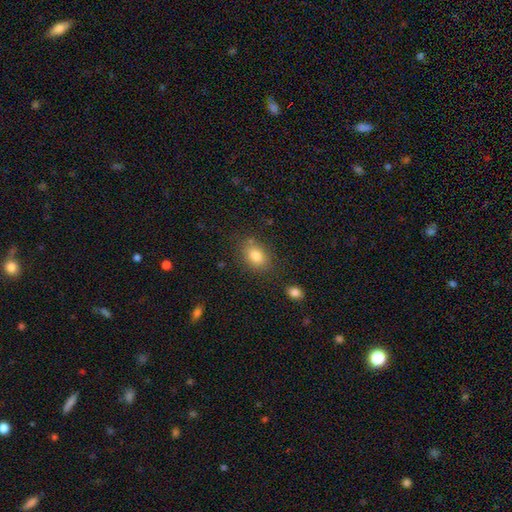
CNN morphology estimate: This is clearly a smooth galaxy (83%). How rounded: likely in between (74%). Merging: likely none (77%).